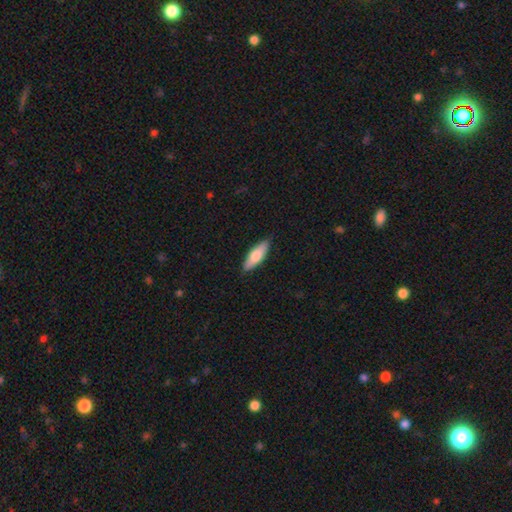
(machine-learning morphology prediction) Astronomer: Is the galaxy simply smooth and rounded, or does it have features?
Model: smooth — 74%.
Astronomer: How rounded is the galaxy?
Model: in between — 58% (runner-up: cigar-shaped, 40%).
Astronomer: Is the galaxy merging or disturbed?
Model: none — 87%.